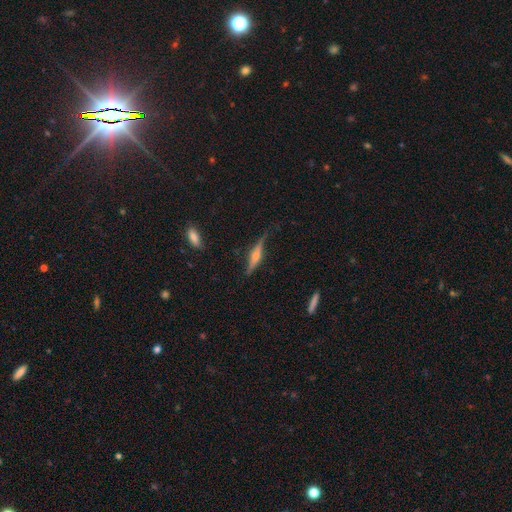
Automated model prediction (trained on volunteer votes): Smooth or featured? featured or disk (70%)
Edge-on disk? yes (93%)
Edge-on bulge? rounded (83%)
Merging? none (70%)